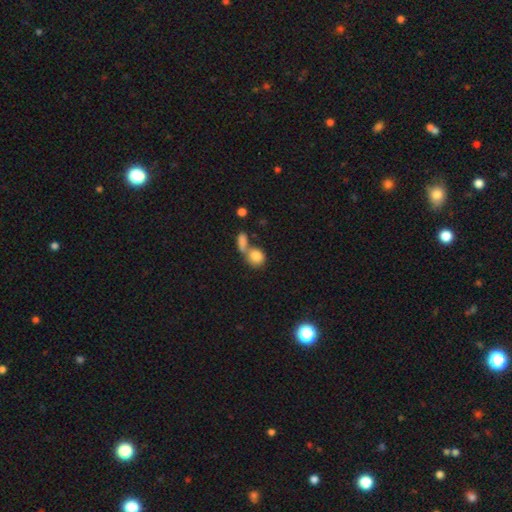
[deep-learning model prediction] smooth-or-featured: smooth: 83% | featured or disk: 9% | star or artifact: 8%
  how-rounded: round: 69% | in between: 28% | cigar-shaped: 2%
  merging: merger: 49% | none: 36% | minor disturbance: 9% | major disturbance: 6%